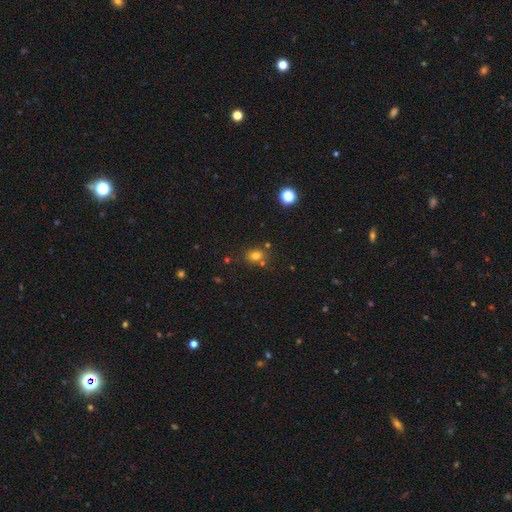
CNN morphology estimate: This is likely a smooth galaxy (74%). How rounded: likely round (68%). Merging: likely none (71%).